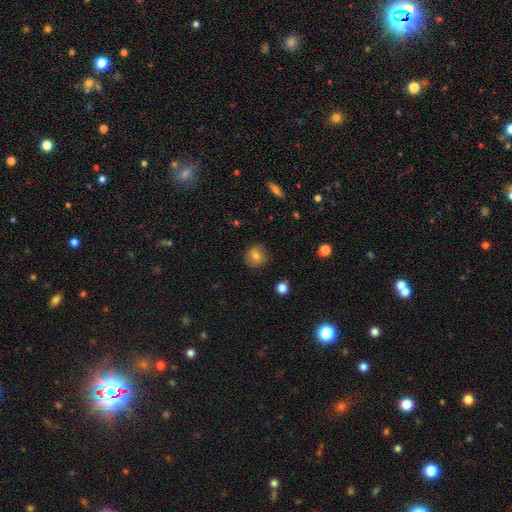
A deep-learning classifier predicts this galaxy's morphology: This is likely a smooth galaxy (73%). How rounded: clearly round (82%). Merging: clearly none (81%).